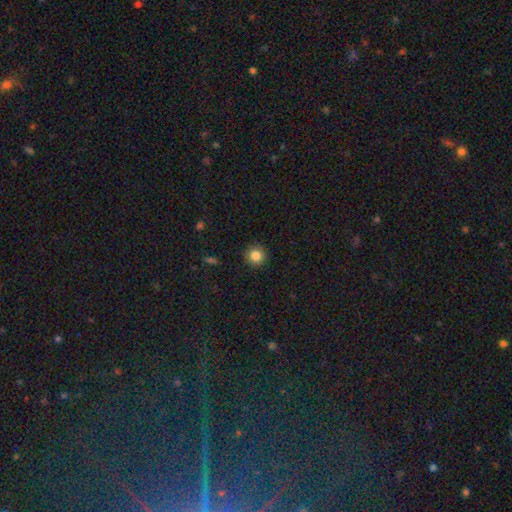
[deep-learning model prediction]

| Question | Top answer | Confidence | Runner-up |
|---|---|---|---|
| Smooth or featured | smooth | 84% | star or artifact (11%) |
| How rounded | round | 94% | in between (5%) |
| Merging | none | 92% | minor disturbance (6%) |